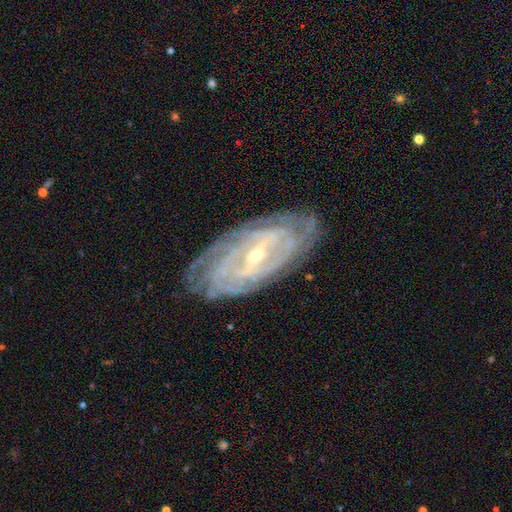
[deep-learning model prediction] Q: Smooth or featured?
A: featured or disk (88%); runner-up: smooth (6%)
Q: Edge-on disk?
A: no (93%); runner-up: yes (7%)
Q: Bar?
A: strong (42%); runner-up: weak (39%)
Q: Spiral arms?
A: yes (96%); runner-up: no (4%)
Q: Spiral winding?
A: tight (79%); runner-up: medium (17%)
Q: Spiral arm count?
A: can't tell (33%); runner-up: 4 (20%)
Q: Bulge size?
A: small (61%); runner-up: moderate (36%)
Q: Merging?
A: none (80%); runner-up: minor disturbance (15%)